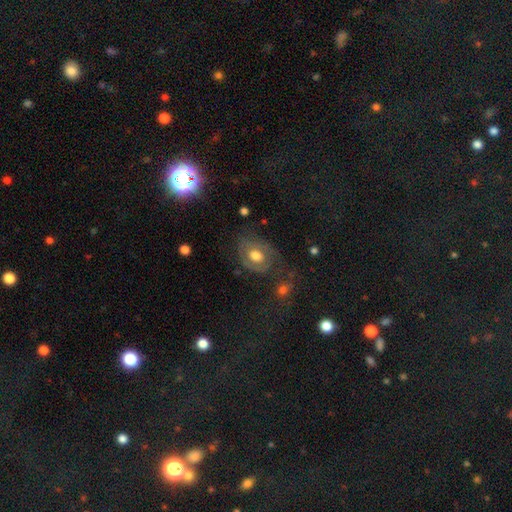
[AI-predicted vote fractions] Smooth or featured? Predicted: featured or disk (p=0.49). Merging? Predicted: none (p=0.58).